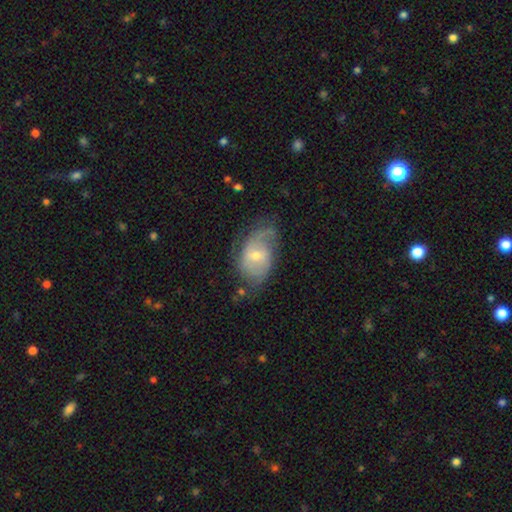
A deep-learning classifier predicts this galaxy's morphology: Smooth or featured?
  - featured or disk: 70% *
  - smooth: 24%
  - star or artifact: 7%
Edge-on disk?
  - no: 95% *
  - yes: 5%
Bar?
  - no: 46% * (tied)
  - weak: 46% * (tied)
  - strong: 9%
Spiral arms?
  - yes: 85% *
  - no: 15%
Spiral winding?
  - medium: 42% *
  - tight: 32%
  - loose: 26%
Spiral arm count?
  - 2: 52% *
  - can't tell: 25%
  - 1: 14%
  - 3: 6%
  - 4: 2%
  - more than 4: 2%
Bulge size?
  - small: 51% *
  - moderate: 45%
  - large: 2%
  - none: 1%
  - dominant: 1%
Merging?
  - none: 55% *
  - minor disturbance: 28%
  - major disturbance: 14%
  - merger: 2%